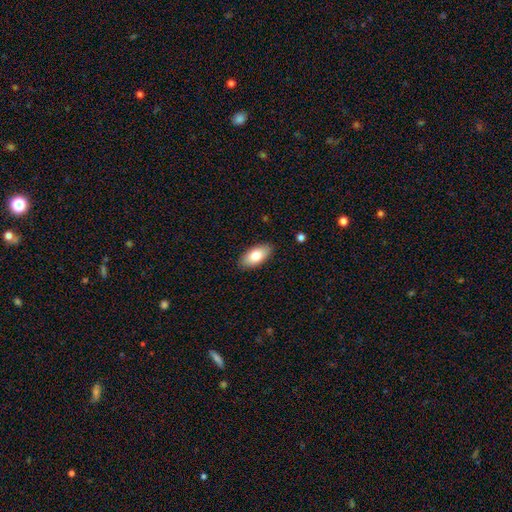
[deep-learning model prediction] The model was most divided on "smooth or featured": smooth: 80%, featured or disk: 14%, star or artifact: 6%. More confident: how rounded — in between (92%); merging — none (88%).